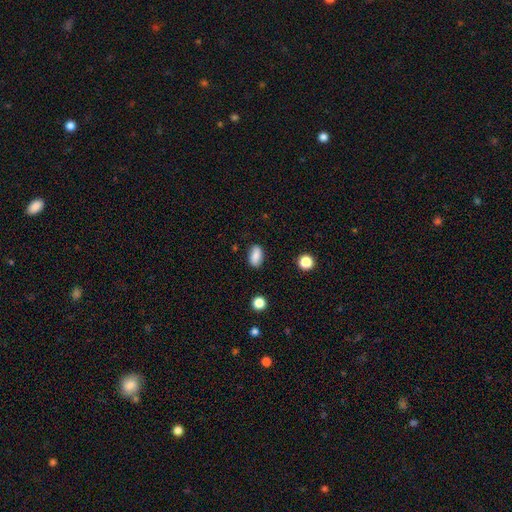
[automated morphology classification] This appears to be a smooth galaxy with no disk features (85%) that is in between round and cigar-shaped (89%). Merging: none (83%).